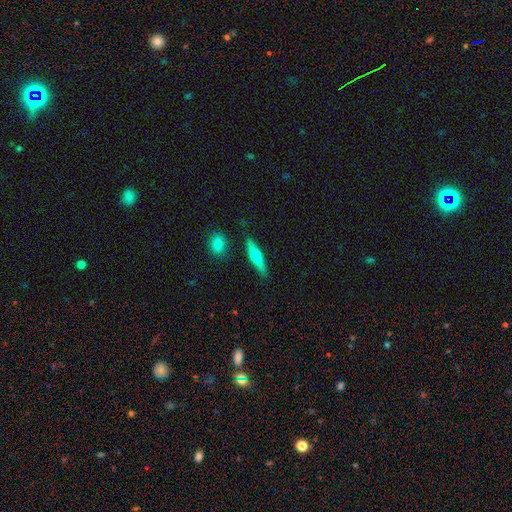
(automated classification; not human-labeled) smooth_or_featured: smooth (p=0.58) [alt: featured or disk p=0.35]
how_rounded: cigar-shaped (p=0.83) [alt: in between p=0.15]
merging: none (p=0.85) [alt: minor disturbance p=0.10]